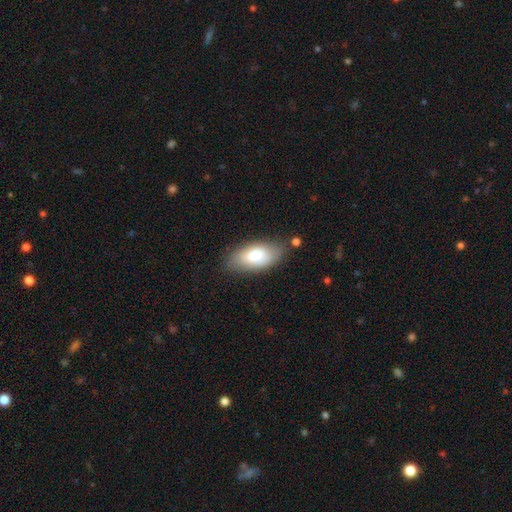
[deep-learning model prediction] smooth_or_featured: smooth (p=0.79) [alt: featured or disk p=0.14]
how_rounded: in between (p=0.91) [alt: cigar-shaped p=0.06]
merging: none (p=0.75) [alt: minor disturbance p=0.17]